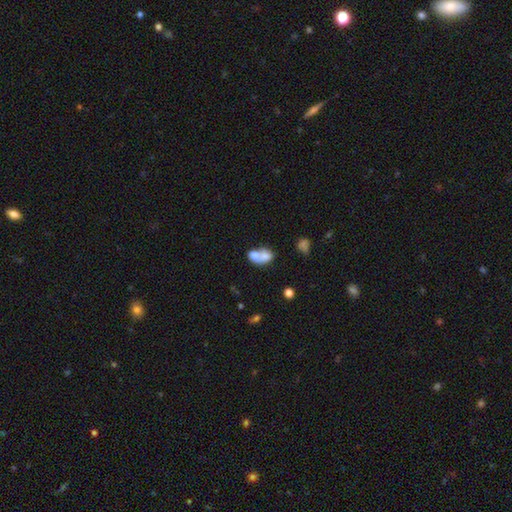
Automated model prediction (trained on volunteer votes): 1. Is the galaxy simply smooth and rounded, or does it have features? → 69% smooth, 22% featured or disk, 9% star or artifact.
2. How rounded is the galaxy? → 67% in between, 32% round, 2% cigar-shaped.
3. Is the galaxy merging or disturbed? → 71% merger, 17% none, 7% minor disturbance, 5% major disturbance.